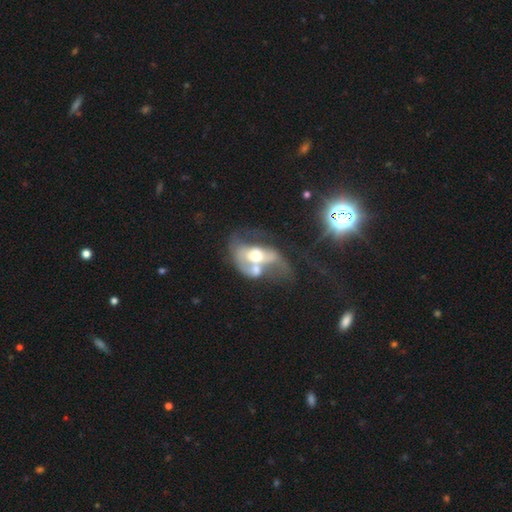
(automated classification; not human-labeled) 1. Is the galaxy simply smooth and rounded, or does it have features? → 65% featured or disk, 27% smooth, 8% star or artifact.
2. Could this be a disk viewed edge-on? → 94% no, 6% yes.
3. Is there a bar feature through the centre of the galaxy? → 63% no, 22% weak, 14% strong.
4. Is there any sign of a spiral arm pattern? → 52% no, 48% yes.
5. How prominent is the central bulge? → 67% moderate, 15% large, 14% small, 2% none, 2% dominant.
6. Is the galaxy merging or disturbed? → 51% merger, 26% major disturbance, 14% none, 10% minor disturbance.